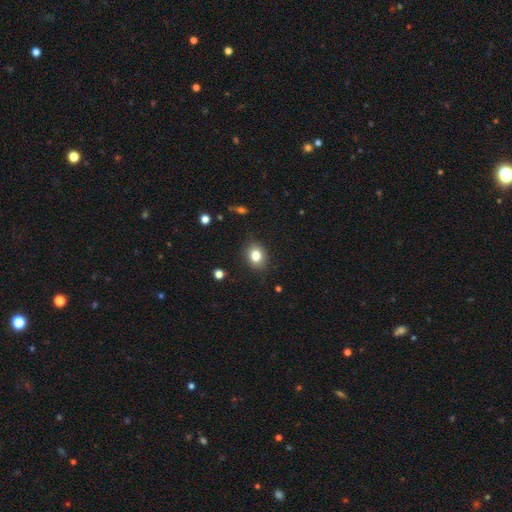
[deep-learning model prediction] Smooth or featured?
  - smooth: 81% *
  - star or artifact: 11%
  - featured or disk: 8%
How rounded?
  - in between: 50% *
  - round: 49%
  - cigar-shaped: 1%
Merging?
  - none: 87% *
  - minor disturbance: 10%
  - major disturbance: 2%
  - merger: 1%